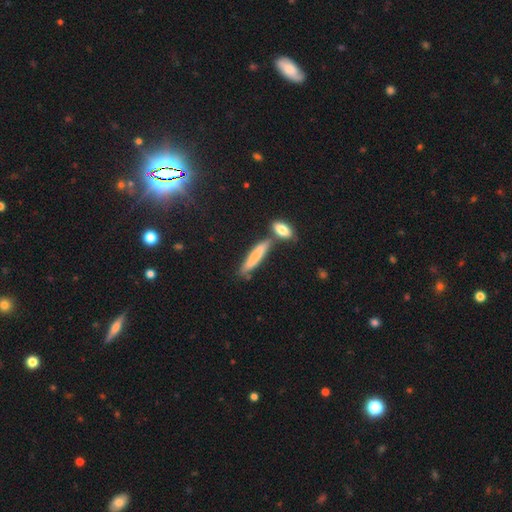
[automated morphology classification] smooth_or_featured: smooth (p=0.74) [alt: featured or disk p=0.19]
how_rounded: cigar-shaped (p=0.86) [alt: in between p=0.12]
merging: none (p=0.68) [alt: merger p=0.15]